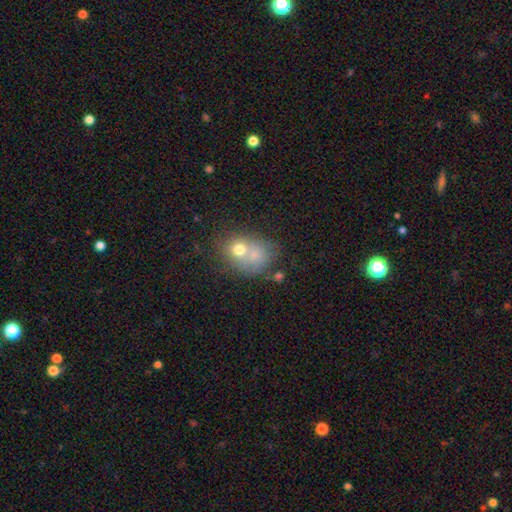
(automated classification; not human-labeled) Morphology: type=smooth (67%); roundness=round (62%); merging=merger (56%).